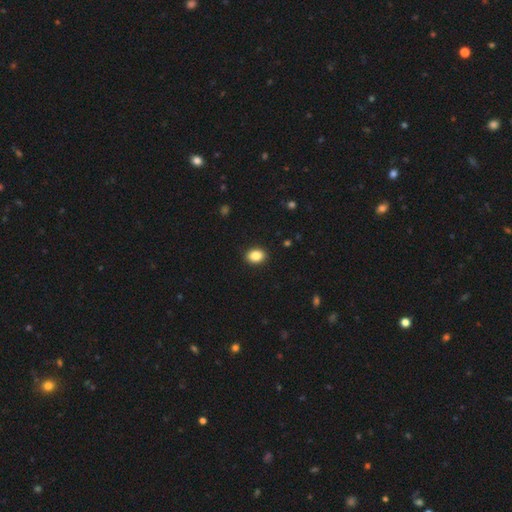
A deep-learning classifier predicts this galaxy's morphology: Smooth or featured? Predicted: smooth (p=0.88). How rounded? Predicted: in between (p=0.68). Merging? Predicted: none (p=0.91).